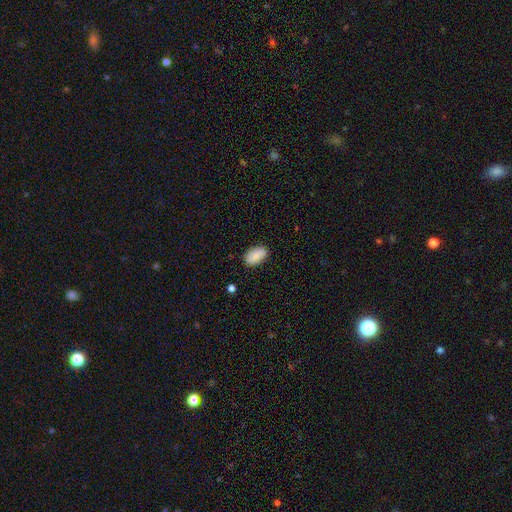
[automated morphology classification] smooth 83%, featured or disk 10%, star or artifact 7%. Down the decision tree: how rounded — in between (92%); merging — none (78%).